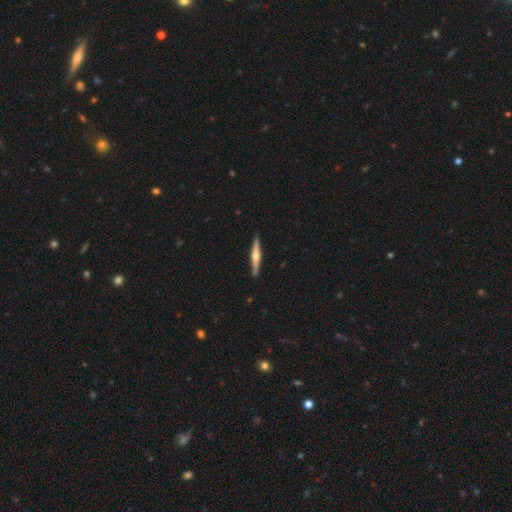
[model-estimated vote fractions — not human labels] smooth-or-featured: featured or disk: 71% | smooth: 24% | star or artifact: 5%
  disk-edge-on: yes: 98% | no: 2%
    edge-on-bulge: rounded: 90% | boxy: 5% | none: 4%
  merging: none: 91% | minor disturbance: 7% | major disturbance: 1% | merger: 1%